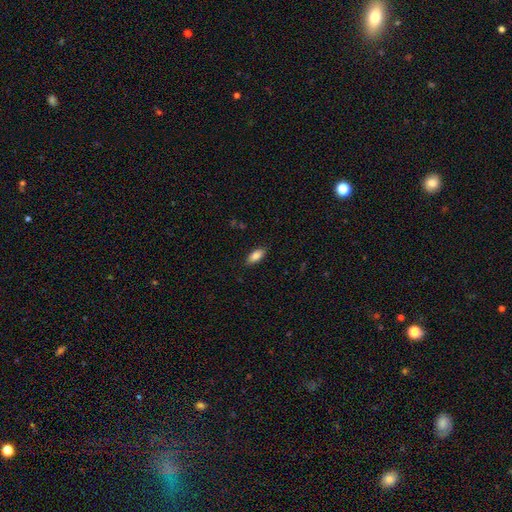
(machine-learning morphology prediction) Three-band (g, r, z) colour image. It shows a smooth galaxy with no disk features (83%) that is in between round and cigar-shaped (85%). Merging: none (86%).